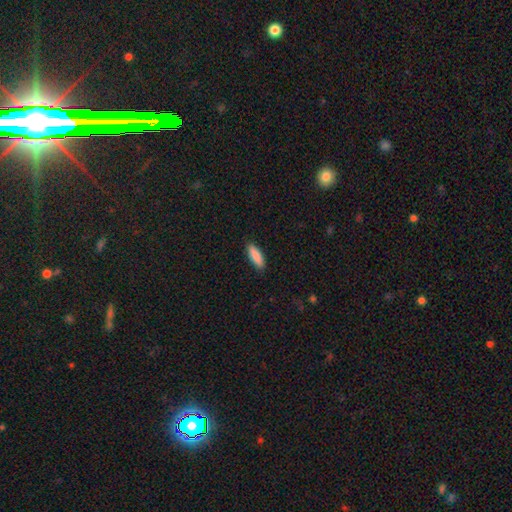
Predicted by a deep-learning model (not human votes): A smooth galaxy with no disk features (88%) that is in between round and cigar-shaped (52%). Merging: none (89%).